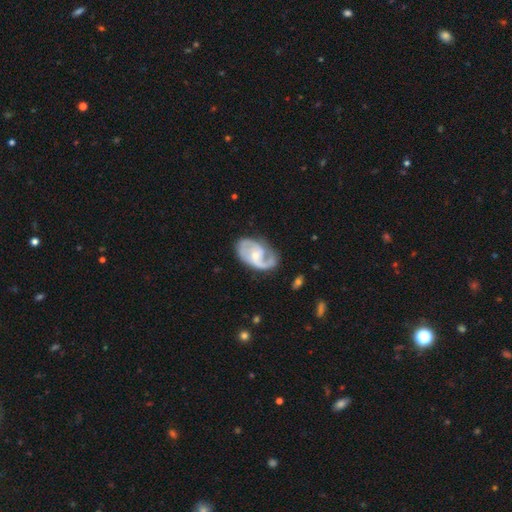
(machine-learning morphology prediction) featured or disk 84%, smooth 12%, star or artifact 4%. Down the decision tree: edge-on disk — no (97%); bar — no (52%); spiral arms — yes (94%); spiral arm count — 2 (70%); spiral winding — medium (48%); bulge size — small (51%); merging — none (61%).